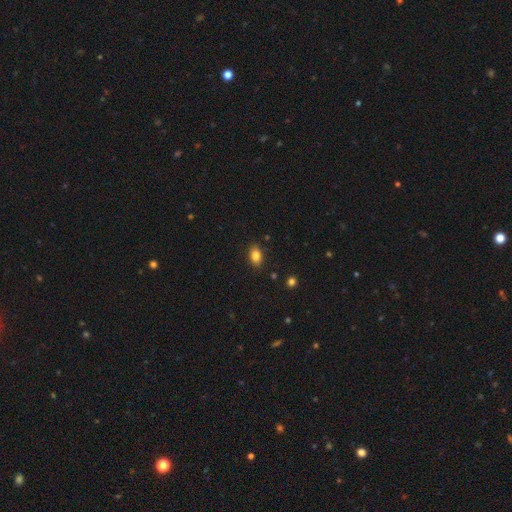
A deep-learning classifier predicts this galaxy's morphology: smooth_or_featured: smooth (p=0.82) [alt: star or artifact p=0.10]
how_rounded: in between (p=0.84) [alt: round p=0.14]
merging: none (p=0.86) [alt: minor disturbance p=0.10]